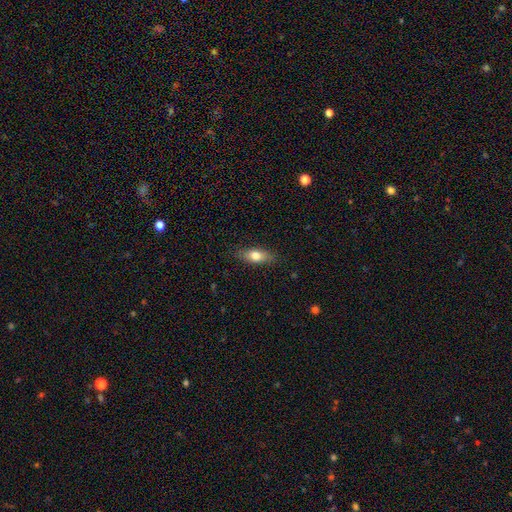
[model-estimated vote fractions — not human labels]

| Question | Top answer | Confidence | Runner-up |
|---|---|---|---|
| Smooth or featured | smooth | 74% | featured or disk (19%) |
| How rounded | in between | 74% | cigar-shaped (22%) |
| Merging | none | 84% | minor disturbance (13%) |